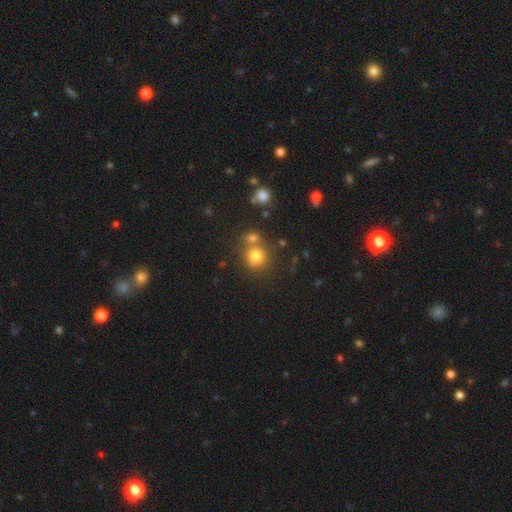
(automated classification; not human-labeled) A smooth galaxy with no disk features (76%) that is round (85%).

Vote fractions:
- Smooth or featured? smooth: 76% / star or artifact: 14% / featured or disk: 9%
- How rounded? round: 85% / in between: 14% / cigar-shaped: 1%
- Merging? none: 58% / merger: 29% / minor disturbance: 9% / major disturbance: 4%